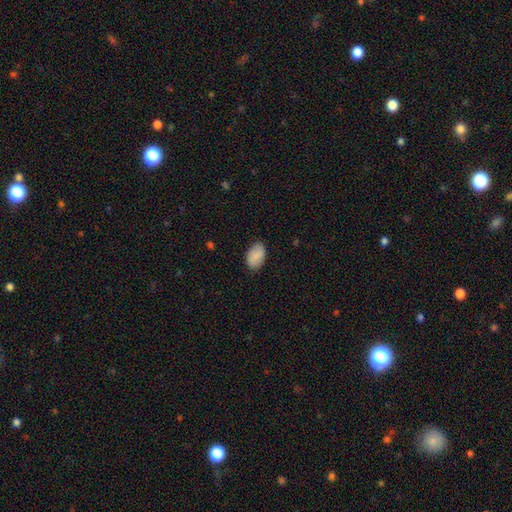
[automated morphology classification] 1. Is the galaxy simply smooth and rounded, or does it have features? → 85% smooth, 8% featured or disk, 7% star or artifact.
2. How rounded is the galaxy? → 91% in between, 7% round, 1% cigar-shaped.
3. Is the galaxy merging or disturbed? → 83% none, 13% minor disturbance, 3% major disturbance, 1% merger.